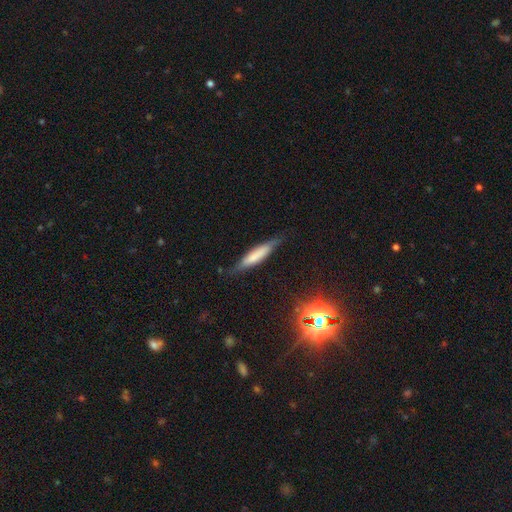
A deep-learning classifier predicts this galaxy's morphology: A smooth galaxy with no disk features (63%) that is cigar-shaped (83%). Merging: none (75%).